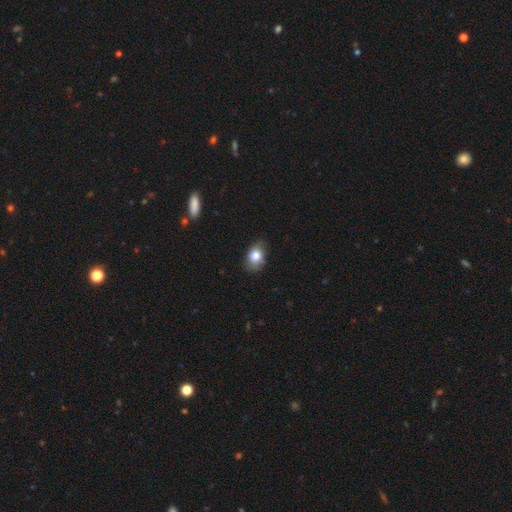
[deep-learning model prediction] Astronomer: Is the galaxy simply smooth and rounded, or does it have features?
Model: smooth — 80%.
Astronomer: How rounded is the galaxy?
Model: in between — 73%.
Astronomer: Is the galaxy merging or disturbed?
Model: none — 72%.